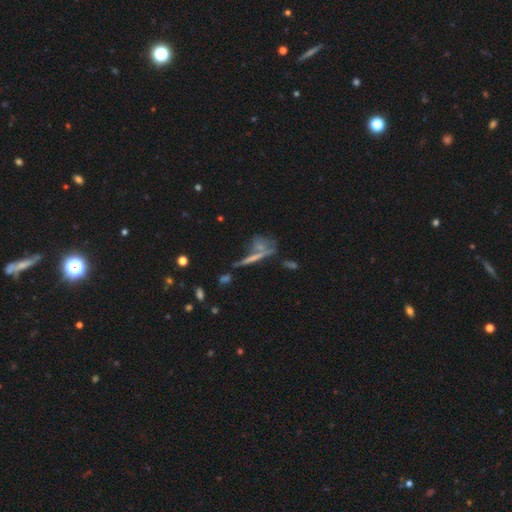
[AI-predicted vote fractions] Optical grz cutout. It shows a featured or disk galaxy (43%). Merging: none (47%).